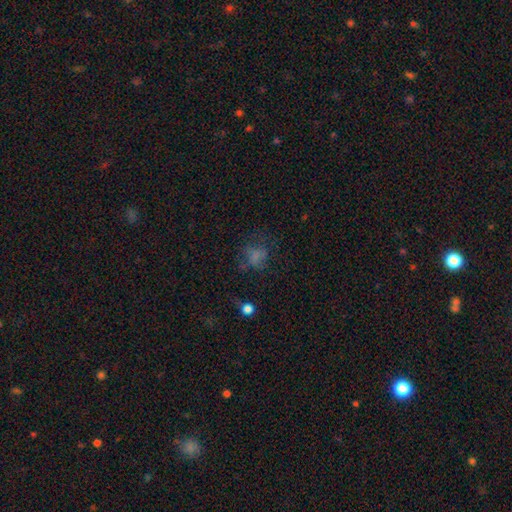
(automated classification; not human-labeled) Smooth or featured?
  - smooth: 57% *
  - featured or disk: 22%
  - star or artifact: 21%
How rounded?
  - round: 60% *
  - in between: 38%
  - cigar-shaped: 1%
Merging?
  - none: 47% *
  - major disturbance: 29%
  - minor disturbance: 20%
  - merger: 4%